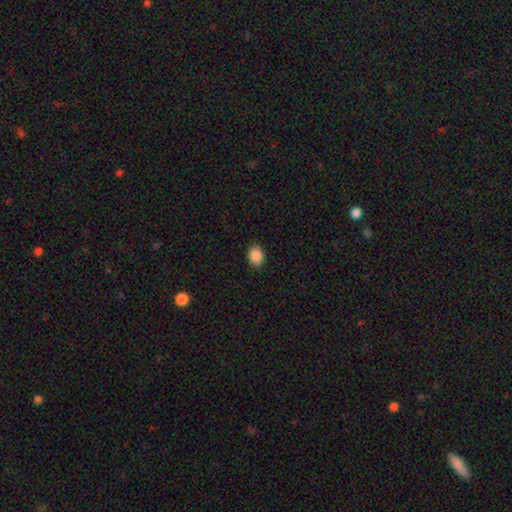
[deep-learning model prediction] A smooth galaxy with no disk features (87%) that is in between round and cigar-shaped (71%). Merging: none (88%).